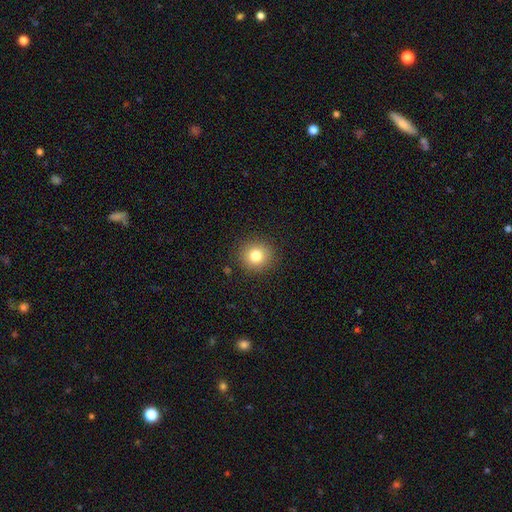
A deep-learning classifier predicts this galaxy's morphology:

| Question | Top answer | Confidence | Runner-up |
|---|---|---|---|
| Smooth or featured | smooth | 81% | star or artifact (11%) |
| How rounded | round | 90% | in between (9%) |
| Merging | none | 89% | minor disturbance (7%) |